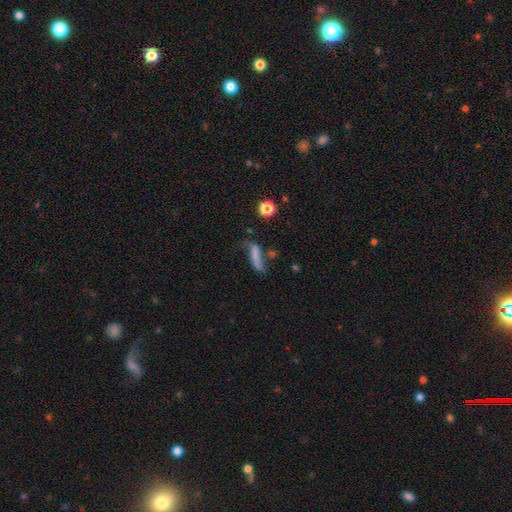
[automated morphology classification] Smooth or featured? smooth (50%)
Merging? none (39%)